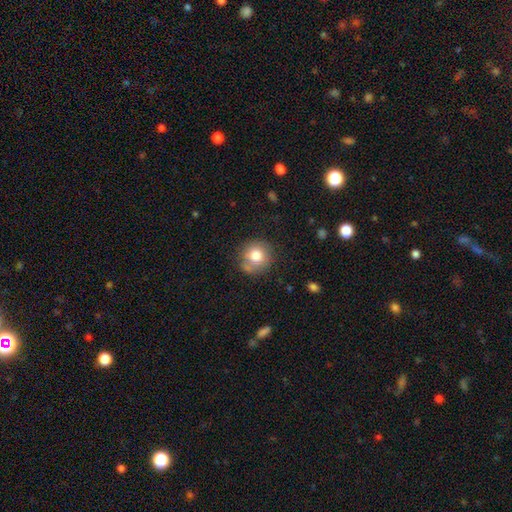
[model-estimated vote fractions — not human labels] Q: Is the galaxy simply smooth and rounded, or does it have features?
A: smooth — 78%.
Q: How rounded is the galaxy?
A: round — 90%.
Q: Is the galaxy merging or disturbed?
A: none — 72%.